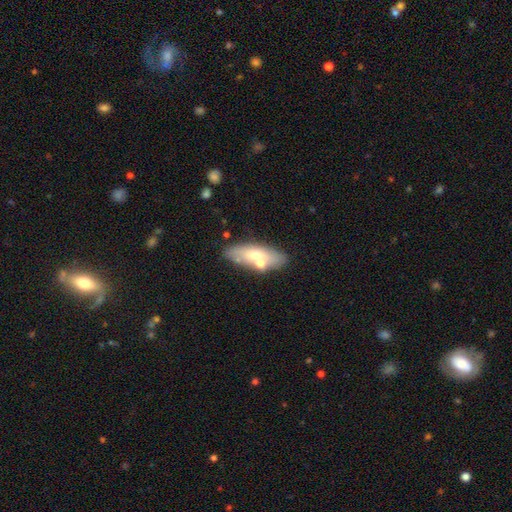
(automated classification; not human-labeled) A smooth galaxy with no disk features (57%) that is in between round and cigar-shaped (66%).

Vote fractions:
- Smooth or featured? smooth: 57% / featured or disk: 35% / star or artifact: 8%
- How rounded? in between: 66% / cigar-shaped: 30% / round: 3%
- Merging? none: 71% / minor disturbance: 13% / merger: 12% / major disturbance: 4%